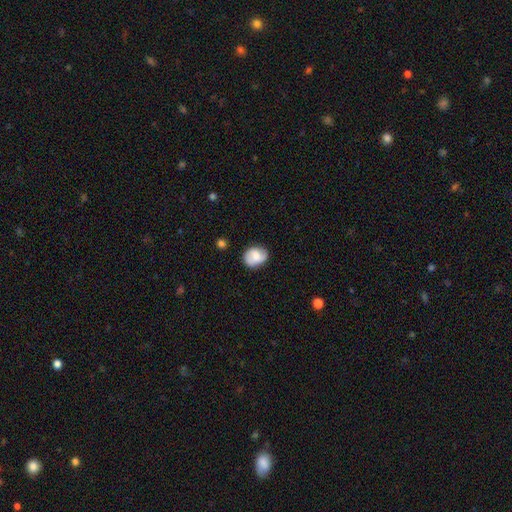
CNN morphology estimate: A smooth galaxy with no disk features (58%) that is round (51%).

Vote fractions:
- Smooth or featured? smooth: 58% / featured or disk: 34% / star or artifact: 8%
- How rounded? round: 51% / in between: 48% / cigar-shaped: 1%
- Merging? none: 75% / minor disturbance: 19% / major disturbance: 4% / merger: 2%